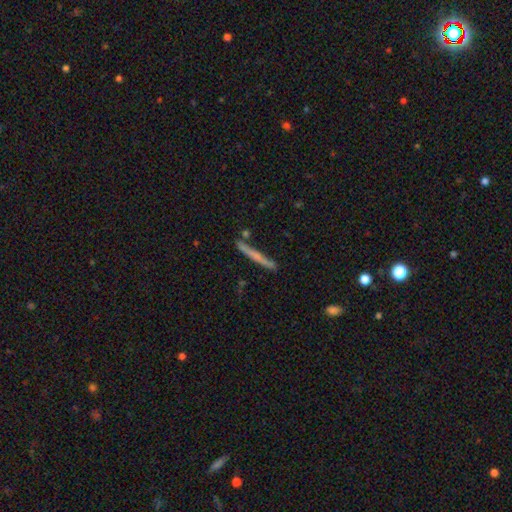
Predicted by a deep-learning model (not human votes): Morphology: type=smooth (49%); merging=none (83%).